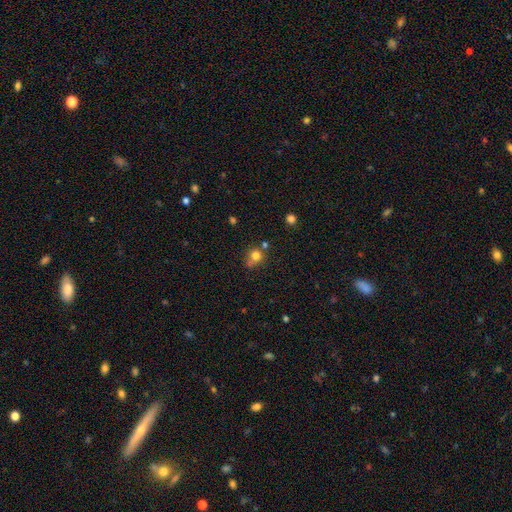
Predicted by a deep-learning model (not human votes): Q: Smooth or featured?
A: smooth (76%); runner-up: star or artifact (15%)
Q: How rounded?
A: round (83%); runner-up: in between (16%)
Q: Merging?
A: none (53%); runner-up: merger (24%)